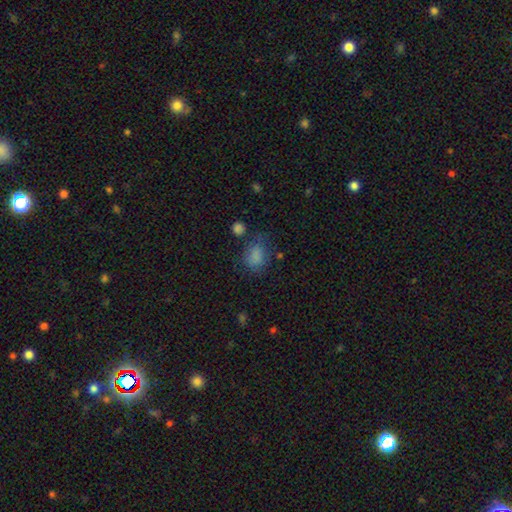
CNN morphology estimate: Overall: smooth (80%). How rounded: in between (55%; round 43%). Merging: none (58%; minor disturbance 24%).